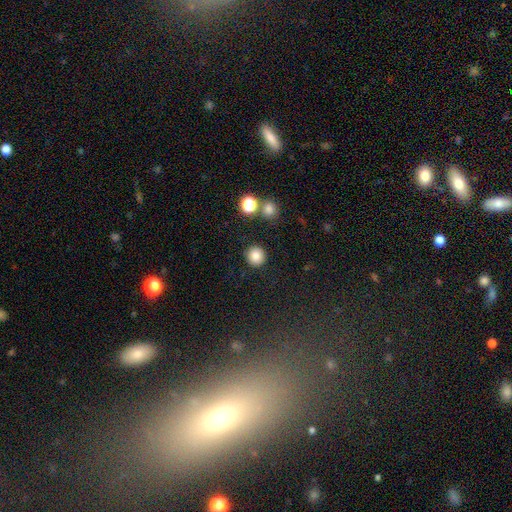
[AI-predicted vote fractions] This is clearly a smooth galaxy (84%). How rounded: clearly round (93%). Merging: clearly none (89%).